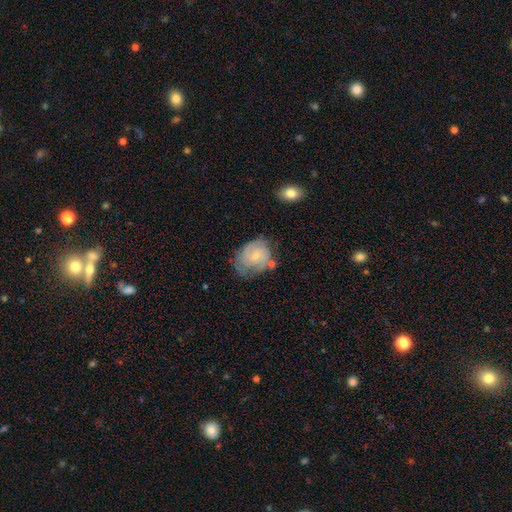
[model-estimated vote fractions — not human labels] smooth-or-featured: featured or disk: 65% | smooth: 28% | star or artifact: 7%
  disk-edge-on: no: 97% | yes: 3%
    bar: no: 68% | weak: 29% | strong: 4%
    has-spiral-arms: yes: 86% | no: 14%
      spiral-winding: tight: 59% | medium: 32% | loose: 9%
      spiral-arm-count: can't tell: 37% | 2: 35% | 3: 15% | 4: 5% | 1: 5% | more than 4: 3%
    bulge-size: small: 74% | moderate: 19% | none: 4% | large: 1% | dominant: 1%
  merging: none: 58% | minor disturbance: 26% | major disturbance: 10% | merger: 6%